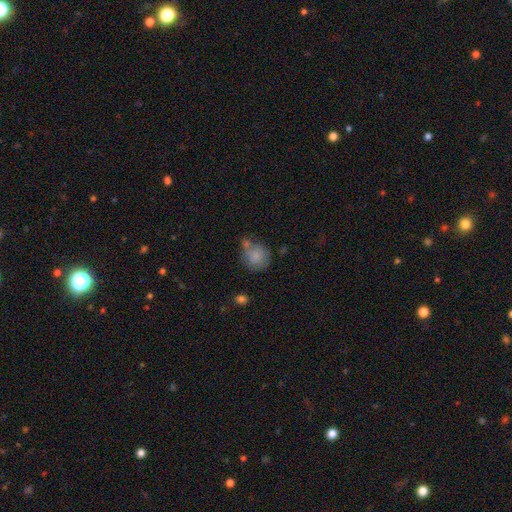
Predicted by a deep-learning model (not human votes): Smooth or featured? smooth (79%)
How rounded? round (78%)
Merging? none (46%)